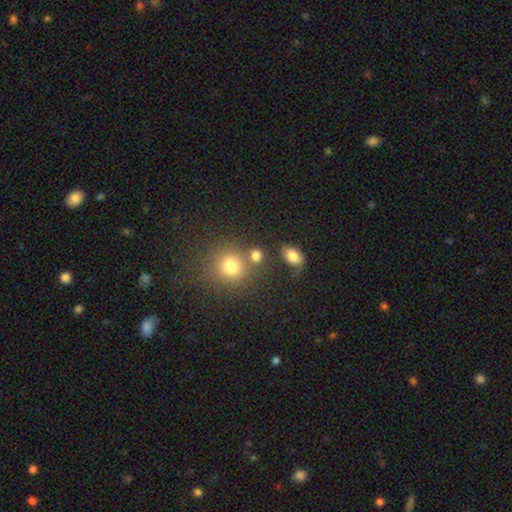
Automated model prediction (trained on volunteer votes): smooth_or_featured: smooth (p=0.78) [alt: star or artifact p=0.15]
how_rounded: round (p=0.71) [alt: in between p=0.28]
merging: none (p=0.66) [alt: merger p=0.18]